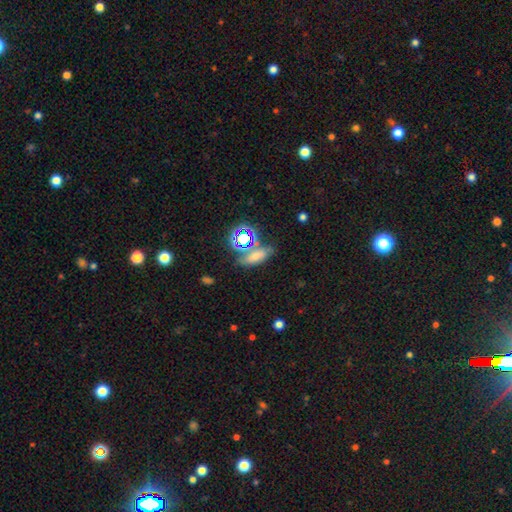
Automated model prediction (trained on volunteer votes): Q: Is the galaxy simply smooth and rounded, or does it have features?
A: smooth — 57%.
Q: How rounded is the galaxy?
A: in between — 69%.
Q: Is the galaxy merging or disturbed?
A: none — 56%.